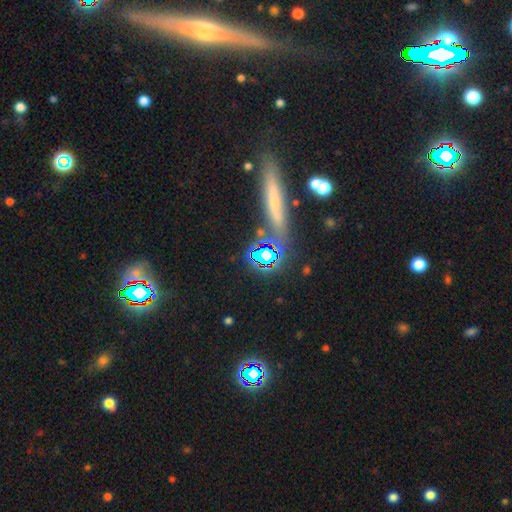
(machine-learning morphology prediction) Overall: smooth (39%; featured or disk 34%). Merging: none (80%).